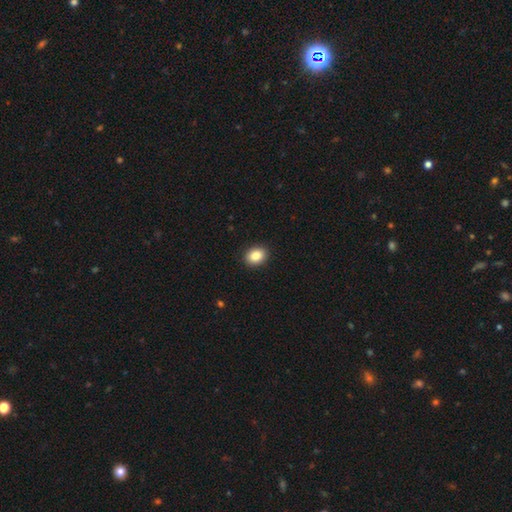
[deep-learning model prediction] Morphology: type=smooth (88%); roundness=in between (58%); merging=none (91%).